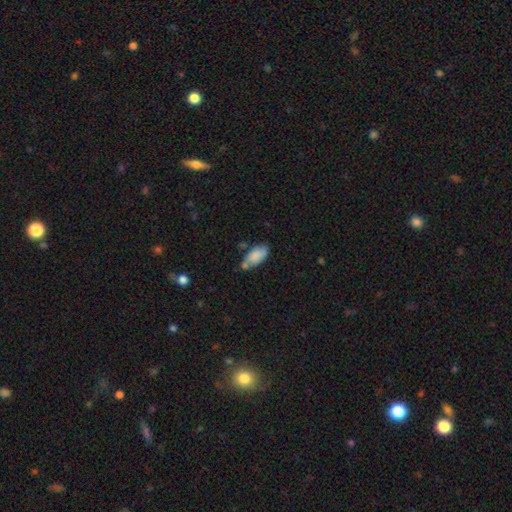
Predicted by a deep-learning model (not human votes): This appears to be a smooth galaxy with no disk features (79%) that is in between round and cigar-shaped (87%). Merging: none (54%).